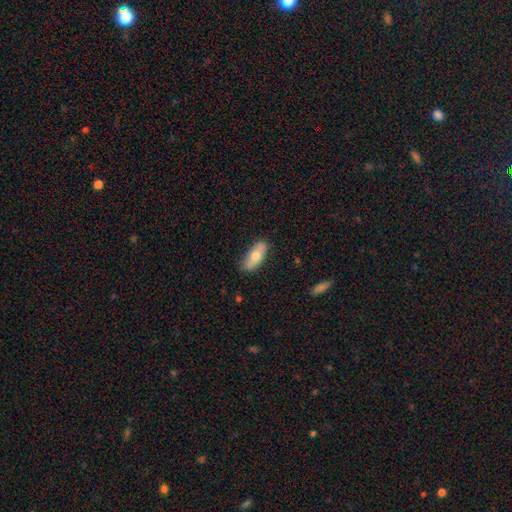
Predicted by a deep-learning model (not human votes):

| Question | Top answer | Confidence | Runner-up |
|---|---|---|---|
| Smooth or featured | smooth | 66% | featured or disk (29%) |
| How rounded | in between | 80% | cigar-shaped (17%) |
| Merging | none | 83% | minor disturbance (14%) |